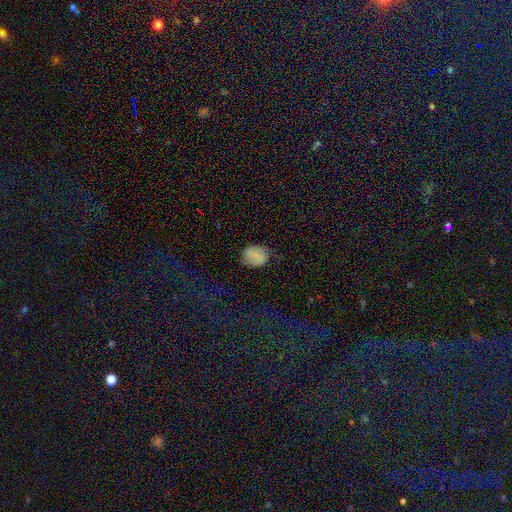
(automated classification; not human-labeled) Morphology: type=smooth (72%); roundness=round (50%); merging=none (68%).